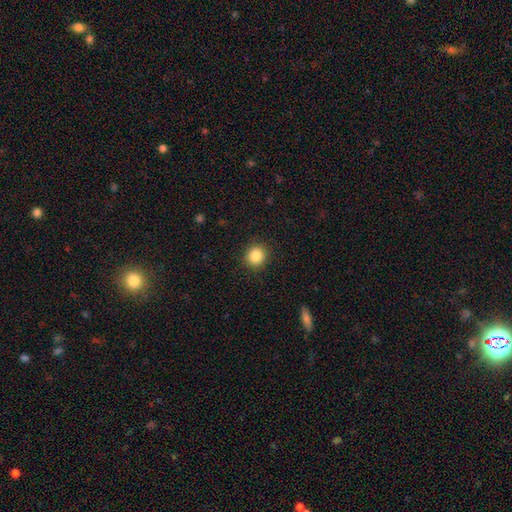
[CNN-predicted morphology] Smooth or featured? Predicted: smooth (p=0.86). How rounded? Predicted: round (p=0.89). Merging? Predicted: none (p=0.91).